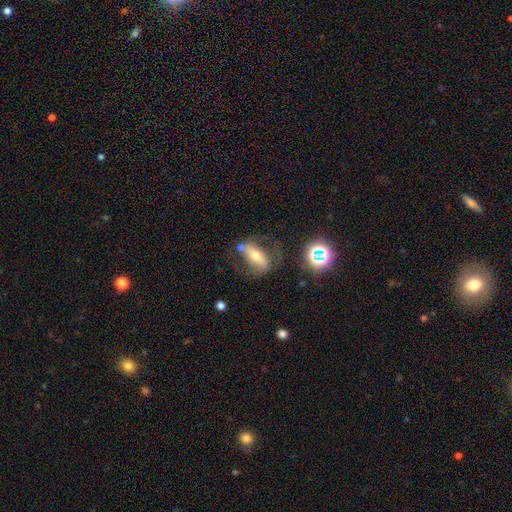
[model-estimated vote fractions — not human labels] smooth_or_featured: featured or disk (p=0.53) [alt: smooth p=0.34]
disk_edge_on: no (p=0.72) [alt: yes p=0.28]
merging: none (p=0.54) [alt: minor disturbance p=0.20]